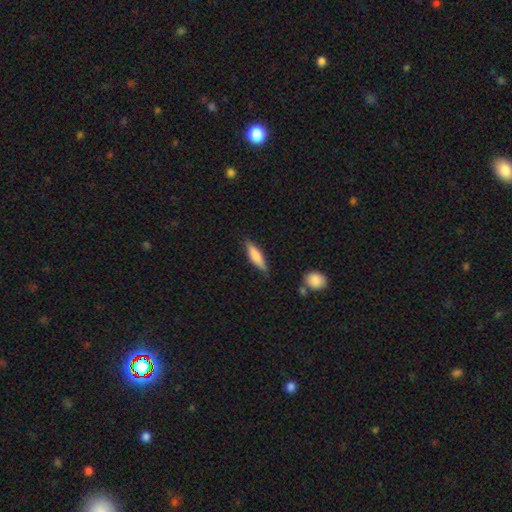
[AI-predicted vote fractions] A smooth galaxy with no disk features (71%) that is cigar-shaped (68%). Merging: none (79%).